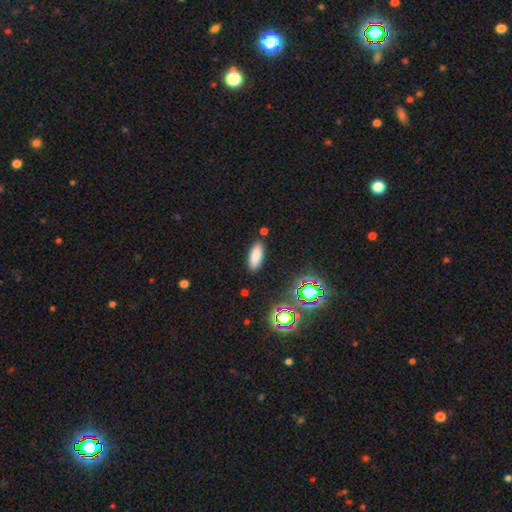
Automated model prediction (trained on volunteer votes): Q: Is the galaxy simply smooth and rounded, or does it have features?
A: smooth — 82%.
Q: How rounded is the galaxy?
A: in between — 74%.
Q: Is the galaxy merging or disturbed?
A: none — 87%.